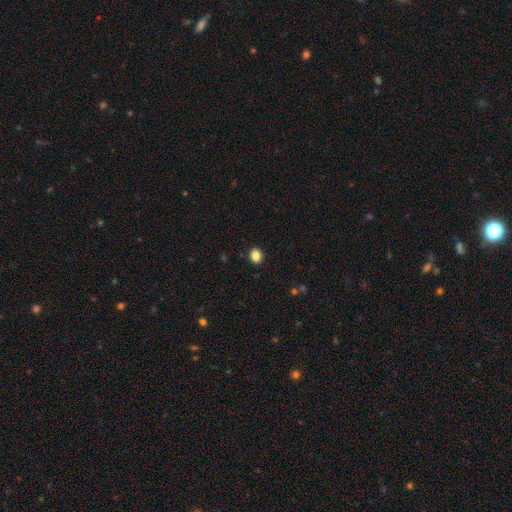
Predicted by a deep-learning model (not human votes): Smooth or featured: smooth — 86% (star or artifact — 10%)
How rounded: round — 62% (in between — 38%)
Merging: none — 91% (minor disturbance — 6%)